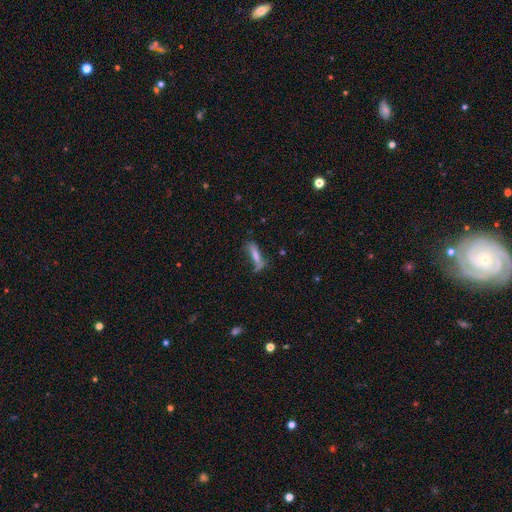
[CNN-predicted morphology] The model was most divided on "merging": none: 43%, minor disturbance: 27%, major disturbance: 22%, merger: 8%. More confident: how rounded — cigar-shaped (71%); smooth or featured — smooth (63%).